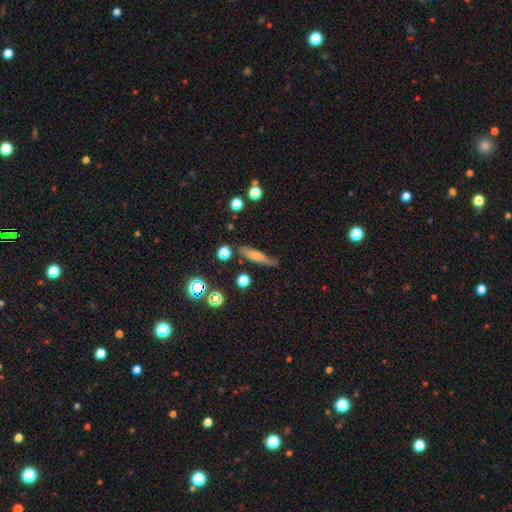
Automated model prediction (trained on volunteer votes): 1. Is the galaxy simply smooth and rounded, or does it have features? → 64% smooth, 27% featured or disk, 10% star or artifact.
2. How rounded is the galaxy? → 73% cigar-shaped, 23% in between, 4% round.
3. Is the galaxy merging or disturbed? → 72% none, 20% minor disturbance, 5% major disturbance, 4% merger.